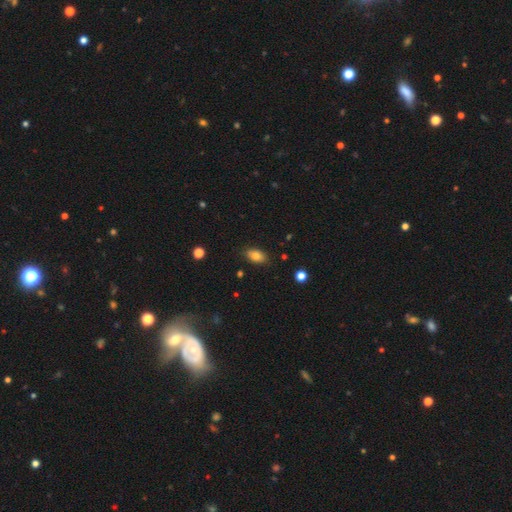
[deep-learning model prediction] smooth-or-featured: smooth: 82% | star or artifact: 9% | featured or disk: 9%
  how-rounded: in between: 89% | round: 9% | cigar-shaped: 3%
  merging: none: 84% | minor disturbance: 12% | major disturbance: 3% | merger: 1%